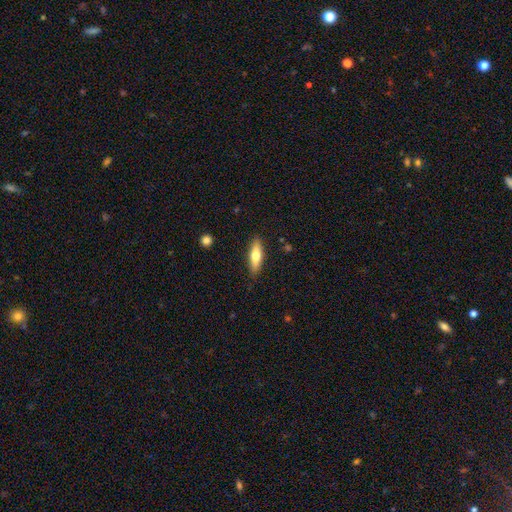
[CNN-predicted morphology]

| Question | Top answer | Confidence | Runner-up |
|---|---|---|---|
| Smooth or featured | smooth | 65% | featured or disk (29%) |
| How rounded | cigar-shaped | 56% | in between (42%) |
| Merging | none | 87% | minor disturbance (10%) |